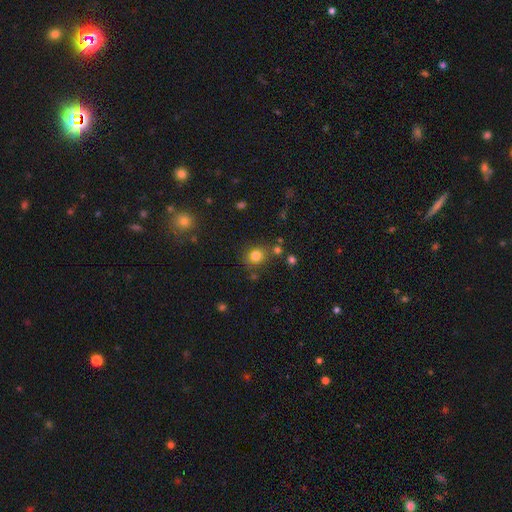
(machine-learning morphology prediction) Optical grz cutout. It shows a smooth galaxy with no disk features (79%) that is round (78%). Merging: none (77%).